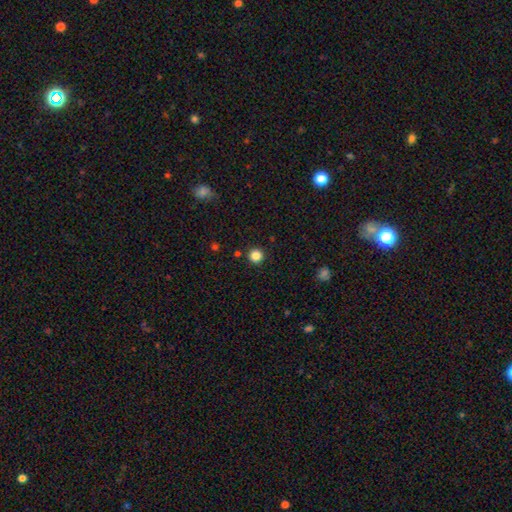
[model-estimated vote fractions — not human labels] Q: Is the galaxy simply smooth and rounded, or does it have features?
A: smooth — 85%.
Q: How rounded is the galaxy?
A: round — 96%.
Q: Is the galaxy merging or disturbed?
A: none — 92%.